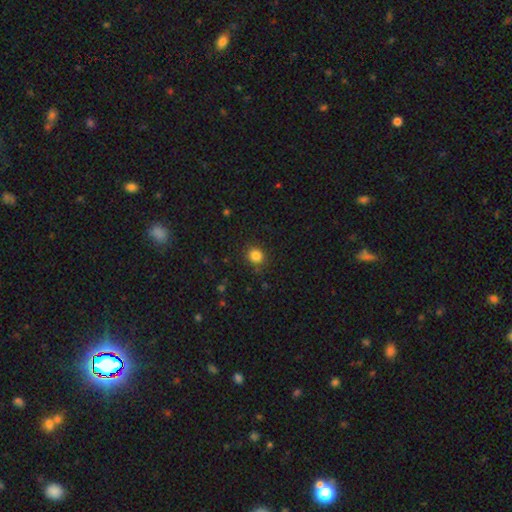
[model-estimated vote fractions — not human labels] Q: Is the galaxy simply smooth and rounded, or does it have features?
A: smooth — 84%.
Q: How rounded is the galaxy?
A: round — 81%.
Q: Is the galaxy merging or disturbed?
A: none — 86%.